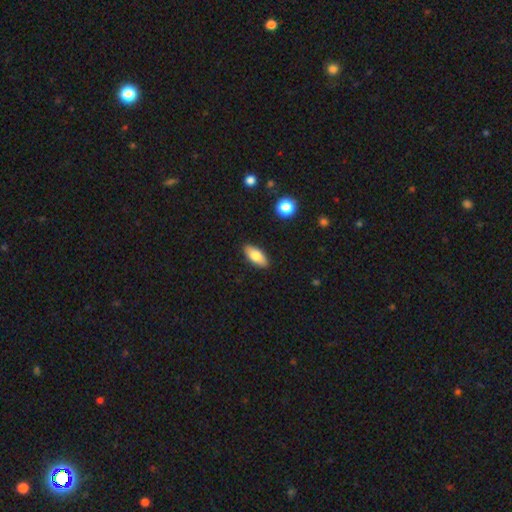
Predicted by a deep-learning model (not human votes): Smooth or featured? smooth (78%)
How rounded? in between (86%)
Merging? none (89%)